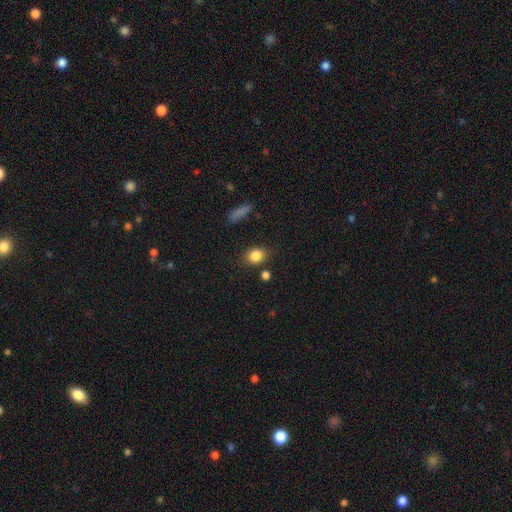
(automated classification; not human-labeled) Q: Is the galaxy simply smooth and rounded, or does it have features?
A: smooth — 84%.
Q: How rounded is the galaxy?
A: in between — 50%.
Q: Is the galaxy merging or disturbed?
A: none — 80%.